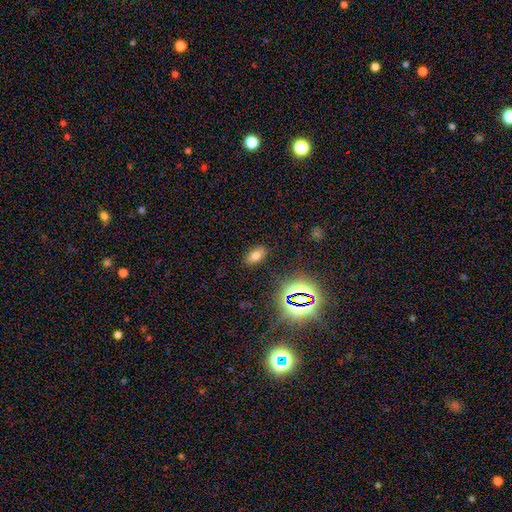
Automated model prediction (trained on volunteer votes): Smooth or featured? smooth (67%)
How rounded? in between (88%)
Merging? none (87%)